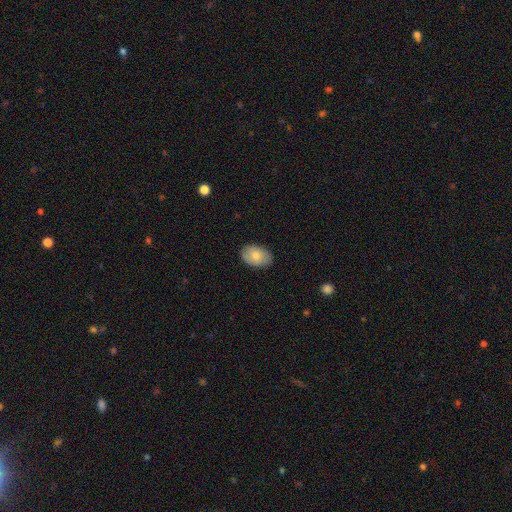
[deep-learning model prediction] Smooth or featured?
  - smooth: 77% *
  - featured or disk: 16%
  - star or artifact: 7%
How rounded?
  - in between: 87% *
  - round: 12%
  - cigar-shaped: 1%
Merging?
  - none: 87% *
  - minor disturbance: 10%
  - major disturbance: 2%
  - merger: 1%